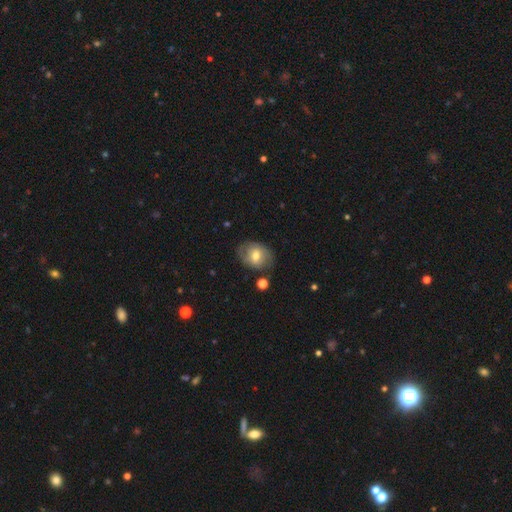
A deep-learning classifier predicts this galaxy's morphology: Smooth or featured? smooth (57%)
How rounded? in between (52%)
Merging? none (71%)